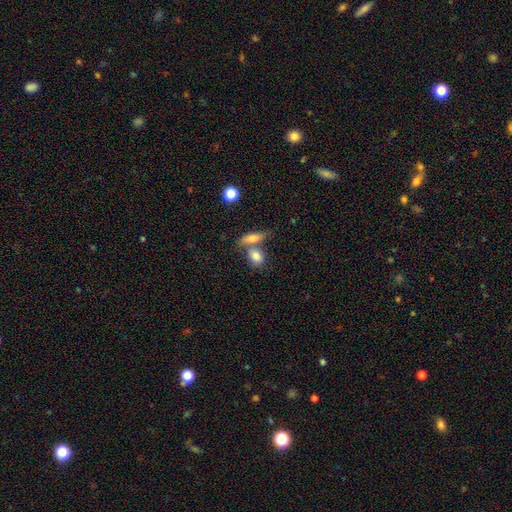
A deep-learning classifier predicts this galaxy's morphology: smooth 82%, featured or disk 11%, star or artifact 7%. Down the decision tree: how rounded — in between (68%); merging — merger (44%).